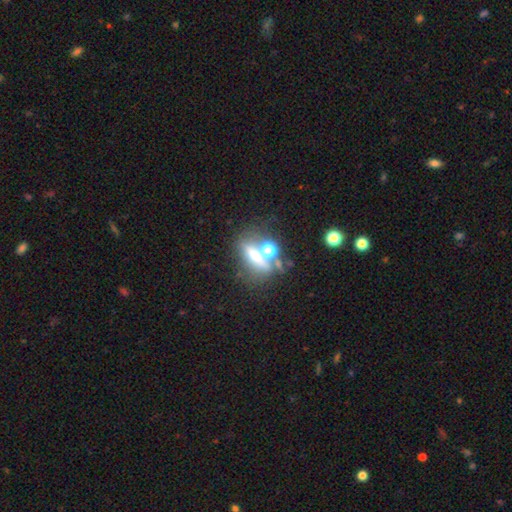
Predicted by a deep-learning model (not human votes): Smooth or featured? smooth (45%)
Merging? none (50%)